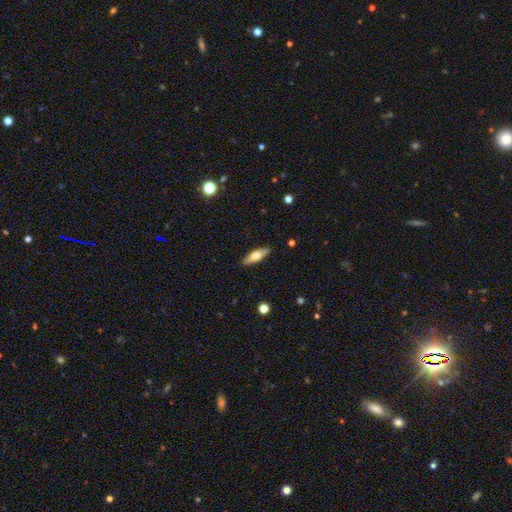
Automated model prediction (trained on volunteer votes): A smooth galaxy with no disk features (61%) that is in between round and cigar-shaped (52%).

Vote fractions:
- Smooth or featured? smooth: 61% / featured or disk: 33% / star or artifact: 6%
- How rounded? in between: 52% / cigar-shaped: 46% / round: 2%
- Merging? none: 89% / minor disturbance: 9% / major disturbance: 2% / merger: 1%